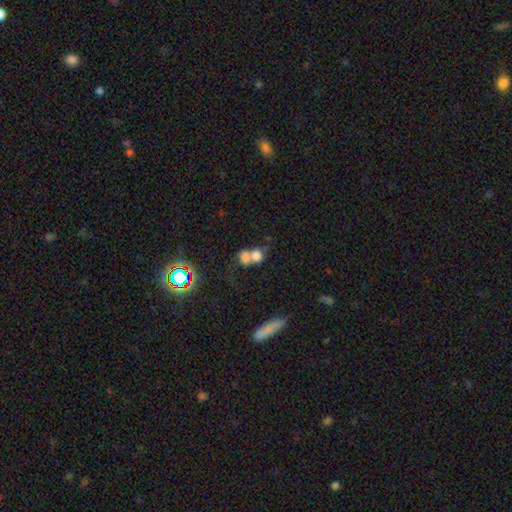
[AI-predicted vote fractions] Morphology: type=smooth (70%); roundness=round (59%); merging=merger (70%).